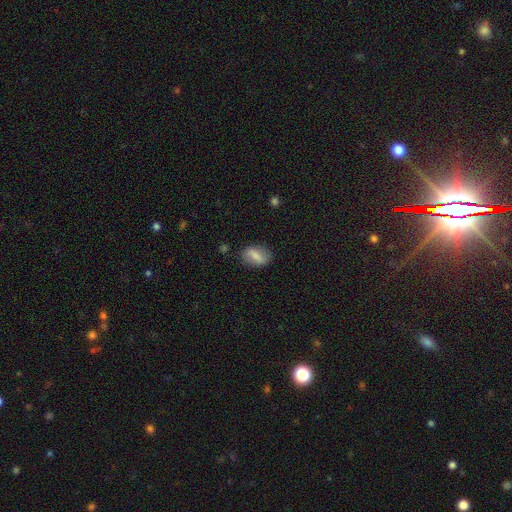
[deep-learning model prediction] Smooth or featured? Predicted: smooth (p=0.74). How rounded? Predicted: in between (p=0.83). Merging? Predicted: none (p=0.81).